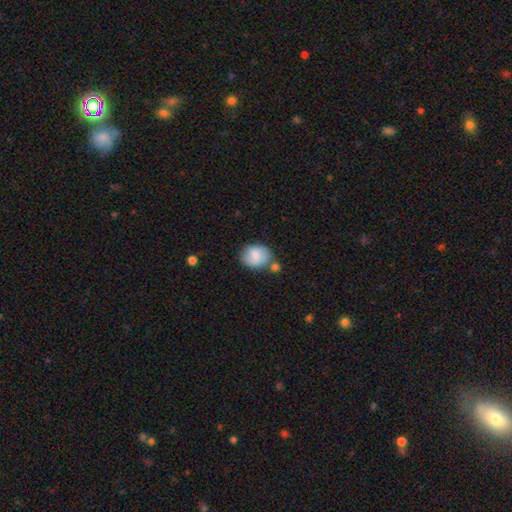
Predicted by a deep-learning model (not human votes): This appears to be a smooth galaxy with no disk features (79%) that is in between round and cigar-shaped (51%). Merging: none (57%).